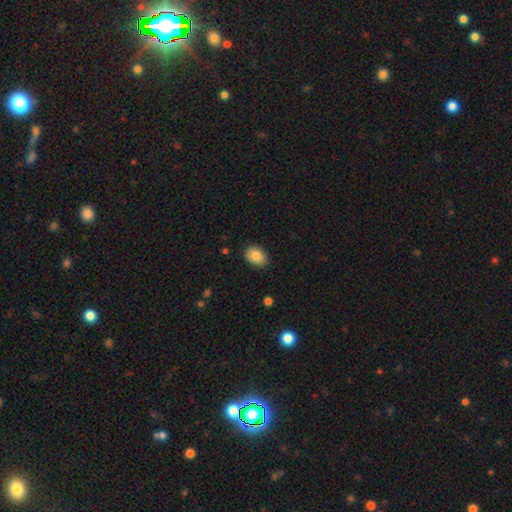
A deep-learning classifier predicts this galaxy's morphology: Smooth or featured: smooth — 85% (star or artifact — 8%)
How rounded: in between — 76% (round — 23%)
Merging: none — 86% (minor disturbance — 11%)